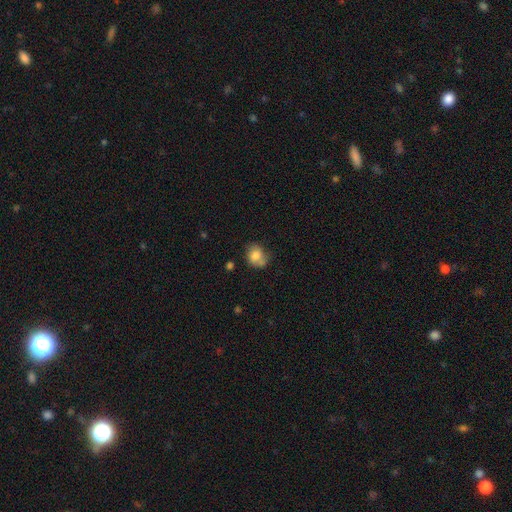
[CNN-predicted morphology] Overall: smooth (76%). How rounded: round (60%; in between 39%). Merging: none (49%; minor disturbance 25%).